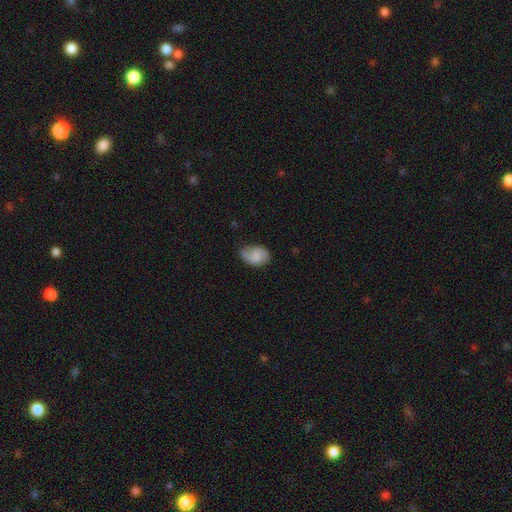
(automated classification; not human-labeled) smooth-or-featured: smooth: 54% | featured or disk: 38% | star or artifact: 8%
  how-rounded: in between: 82% | round: 17% | cigar-shaped: 1%
  merging: none: 66% | minor disturbance: 26% | major disturbance: 7% | merger: 1%